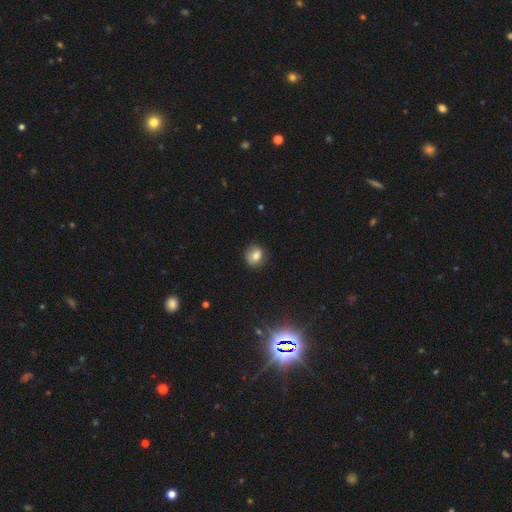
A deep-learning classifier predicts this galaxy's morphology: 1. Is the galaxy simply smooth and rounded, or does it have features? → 72% smooth, 17% featured or disk, 11% star or artifact.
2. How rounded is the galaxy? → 74% round, 25% in between, 1% cigar-shaped.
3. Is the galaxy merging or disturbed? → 79% none, 15% minor disturbance, 4% major disturbance, 2% merger.